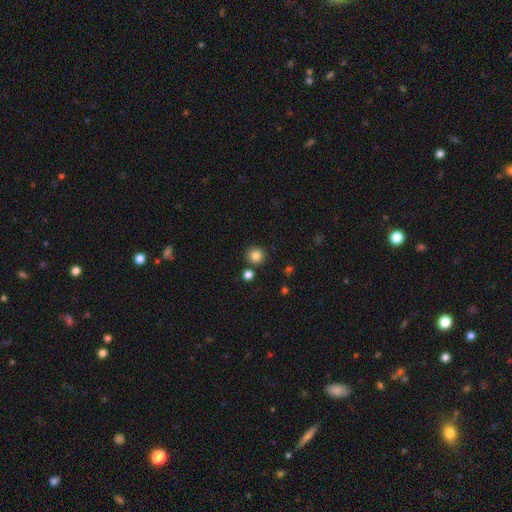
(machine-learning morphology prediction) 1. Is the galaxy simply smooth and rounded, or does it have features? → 83% smooth, 11% star or artifact, 6% featured or disk.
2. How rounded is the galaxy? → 91% round, 8% in between, 1% cigar-shaped.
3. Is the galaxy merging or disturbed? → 84% none, 7% minor disturbance, 7% merger, 2% major disturbance.